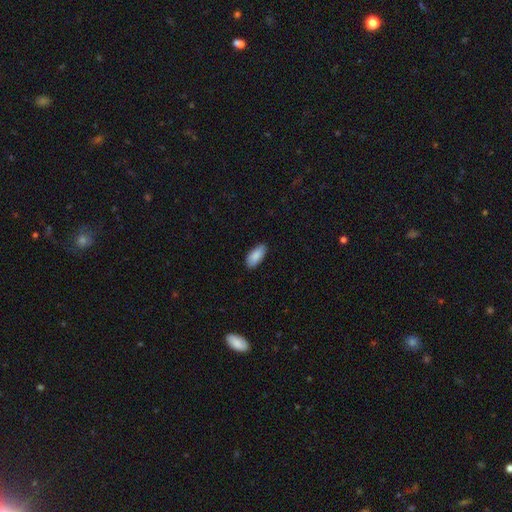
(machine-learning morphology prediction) smooth_or_featured: smooth (p=0.89) [alt: star or artifact p=0.06]
how_rounded: in between (p=0.90) [alt: cigar-shaped p=0.08]
merging: none (p=0.85) [alt: minor disturbance p=0.12]